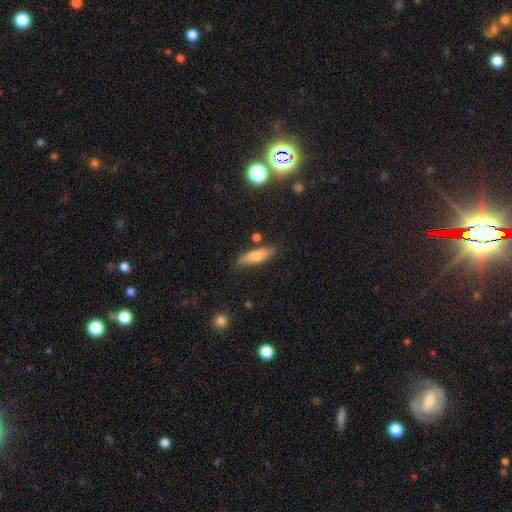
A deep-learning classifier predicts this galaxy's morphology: Smooth or featured? smooth (66%)
How rounded? cigar-shaped (61%)
Merging? none (78%)